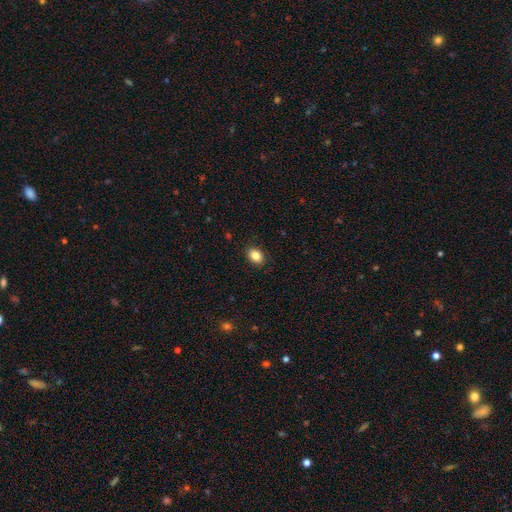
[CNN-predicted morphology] type=smooth (86%); roundness=in between (71%); merging=none (88%).